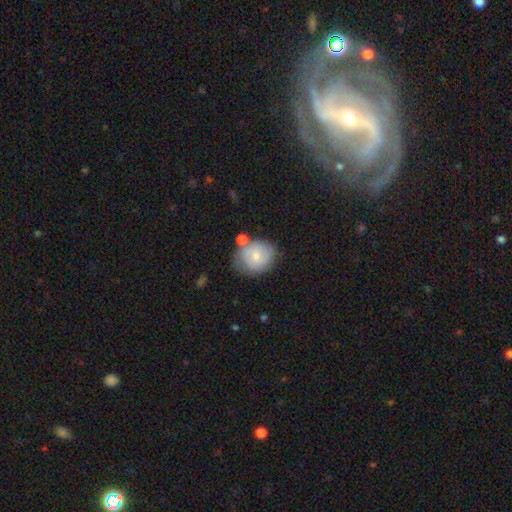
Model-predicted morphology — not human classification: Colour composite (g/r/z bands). It shows a smooth galaxy with no disk features (69%) that is round (70%). Merging: none (56%).